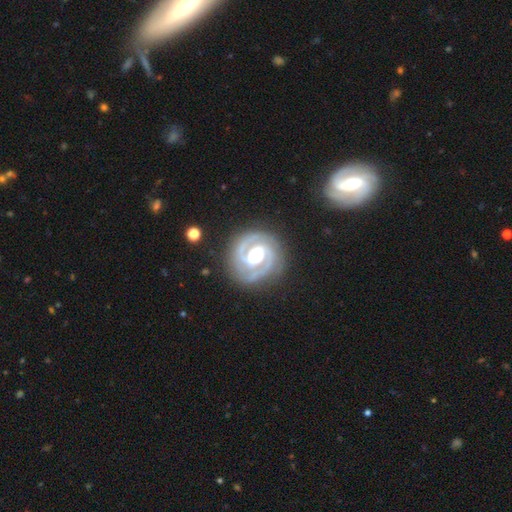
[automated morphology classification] Smooth or featured?
  - featured or disk: 92% *
  - smooth: 5%
  - star or artifact: 4%
Edge-on disk?
  - no: 98% *
  - yes: 2%
Bar?
  - weak: 37% *
  - no: 34%
  - strong: 30%
Spiral arms?
  - yes: 97% *
  - no: 3%
Spiral winding?
  - tight: 57% *
  - medium: 38%
  - loose: 5%
Spiral arm count?
  - 2: 92% *
  - can't tell: 2%
  - 3: 2%
  - 1: 2%
  - 4: 1%
  - more than 4: 1%
Bulge size?
  - moderate: 52% *
  - large: 38%
  - small: 5%
  - dominant: 3%
  - none: 1%
Merging?
  - none: 83% *
  - minor disturbance: 11%
  - major disturbance: 4%
  - merger: 1%